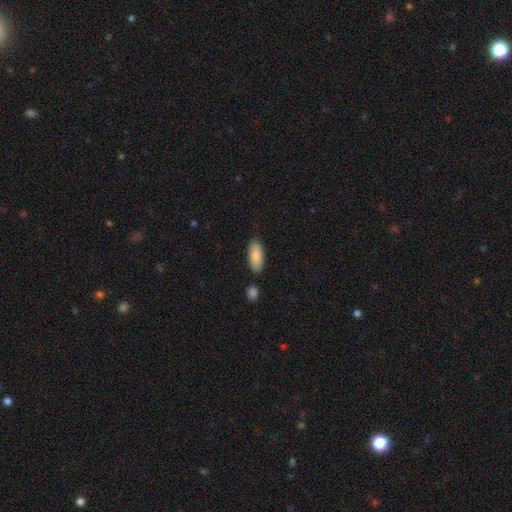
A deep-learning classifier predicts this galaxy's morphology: Smooth or featured: smooth — 87% (featured or disk — 7%)
How rounded: in between — 85% (cigar-shaped — 13%)
Merging: none — 82% (minor disturbance — 12%)